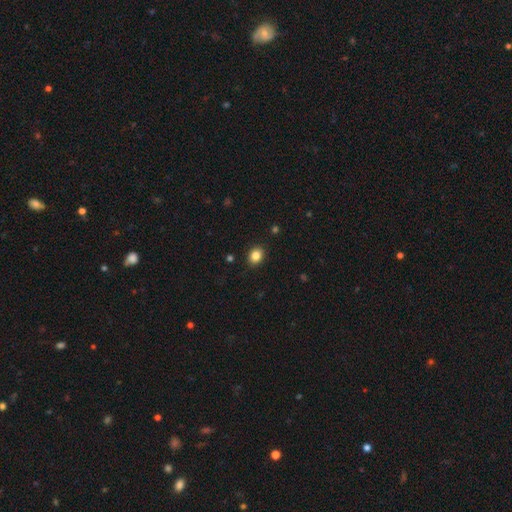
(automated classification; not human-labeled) Smooth or featured? Predicted: smooth (p=0.84). How rounded? Predicted: round (p=0.51). Merging? Predicted: none (p=0.90).